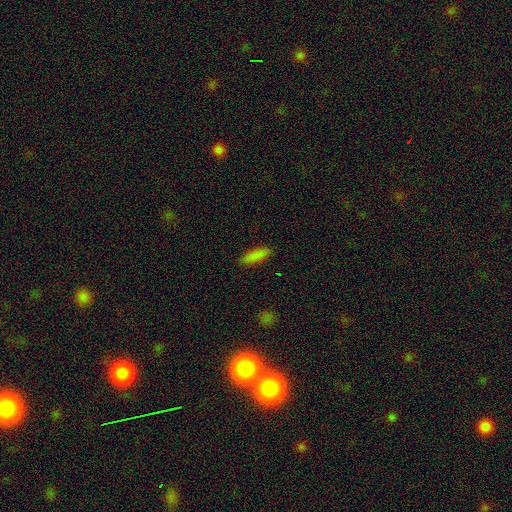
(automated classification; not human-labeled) Morphology: type=smooth (85%); roundness=cigar-shaped (50%); merging=none (88%).